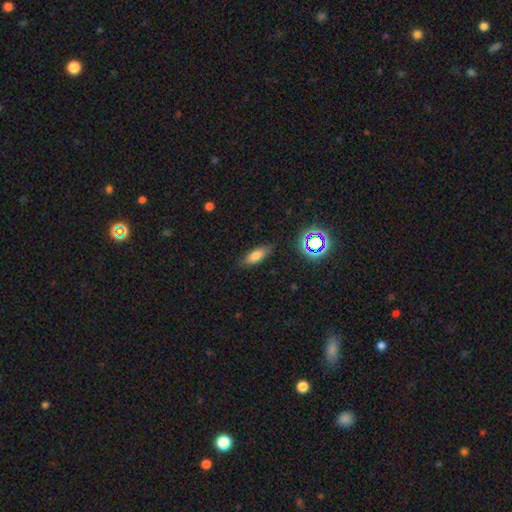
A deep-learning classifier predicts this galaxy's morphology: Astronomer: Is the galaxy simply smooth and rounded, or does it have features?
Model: smooth — 75%.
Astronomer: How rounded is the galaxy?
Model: in between — 69%.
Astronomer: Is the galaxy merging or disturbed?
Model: none — 82%.